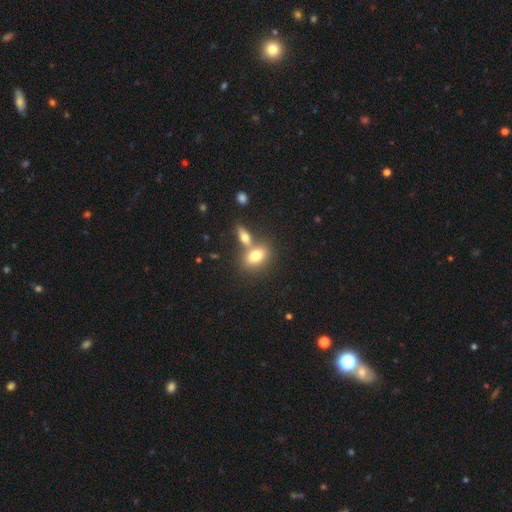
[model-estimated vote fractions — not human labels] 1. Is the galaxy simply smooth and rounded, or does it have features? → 75% smooth, 16% featured or disk, 9% star or artifact.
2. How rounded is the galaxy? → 79% in between, 17% round, 4% cigar-shaped.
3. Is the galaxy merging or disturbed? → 45% none, 43% merger, 9% minor disturbance, 3% major disturbance.